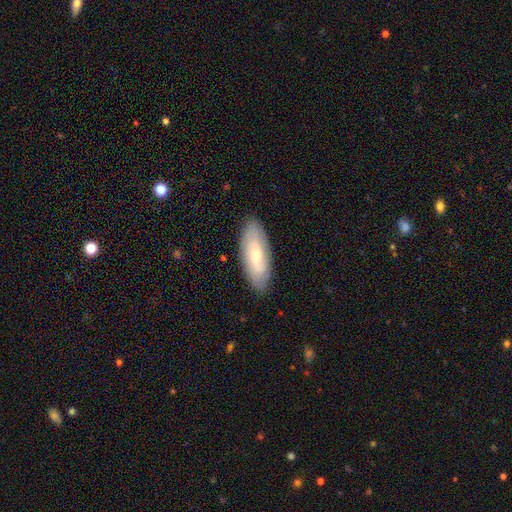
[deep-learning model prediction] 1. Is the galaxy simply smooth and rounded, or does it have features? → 51% smooth, 43% featured or disk, 6% star or artifact.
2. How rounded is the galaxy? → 76% in between, 22% cigar-shaped, 2% round.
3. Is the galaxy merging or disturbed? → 86% none, 11% minor disturbance, 2% major disturbance, 1% merger.